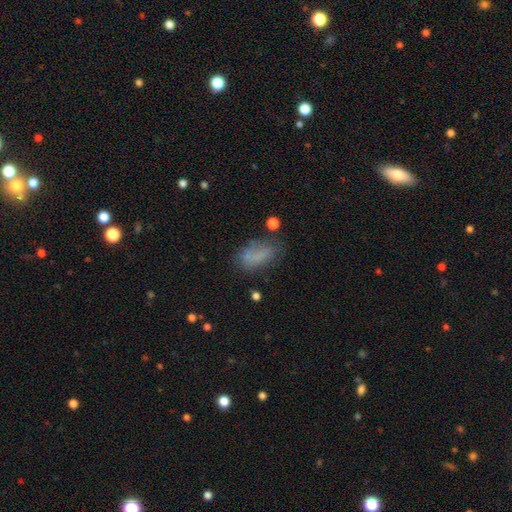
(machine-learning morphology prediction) Smooth or featured? smooth (71%)
How rounded? in between (87%)
Merging? none (53%)